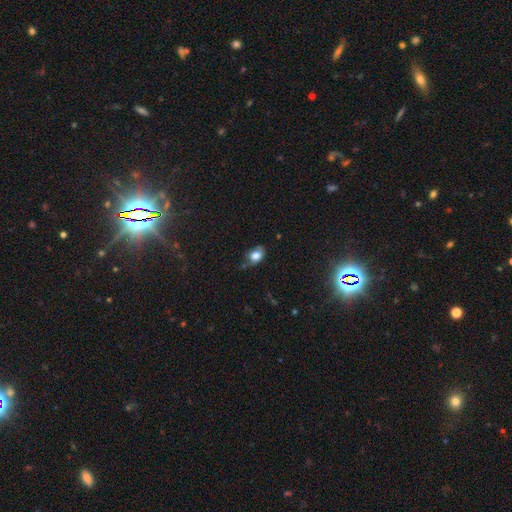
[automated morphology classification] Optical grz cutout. It shows a smooth galaxy with no disk features (77%) that is in between round and cigar-shaped (72%). Merging: none (49%).